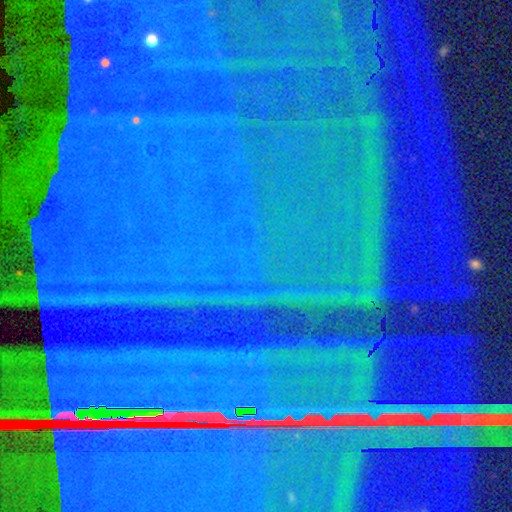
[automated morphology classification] A star or artifact, not a galaxy (89%).

Vote fractions:
- Smooth or featured? star or artifact: 89% / featured or disk: 7% / smooth: 4%